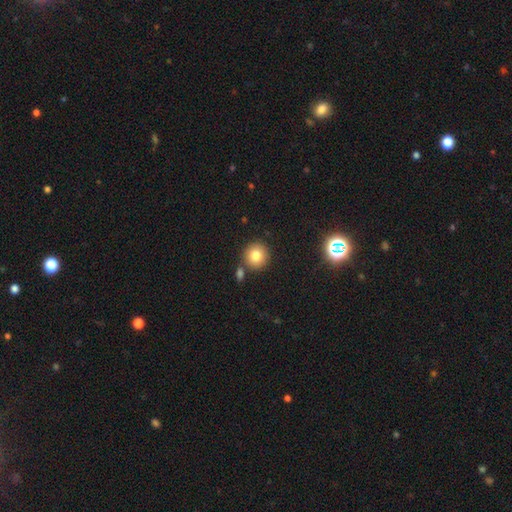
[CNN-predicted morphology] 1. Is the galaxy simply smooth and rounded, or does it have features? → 80% smooth, 11% star or artifact, 9% featured or disk.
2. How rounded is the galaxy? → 92% round, 7% in between, 1% cigar-shaped.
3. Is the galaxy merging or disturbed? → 80% none, 10% merger, 8% minor disturbance, 2% major disturbance.